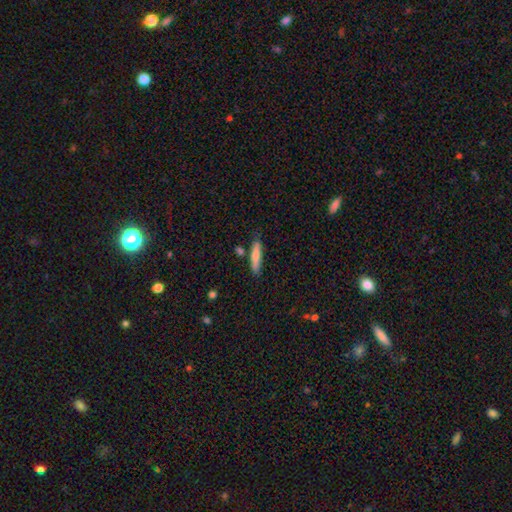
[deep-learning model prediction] smooth 77%, featured or disk 17%, star or artifact 6%. Down the decision tree: how rounded — cigar-shaped (84%); merging — none (78%).